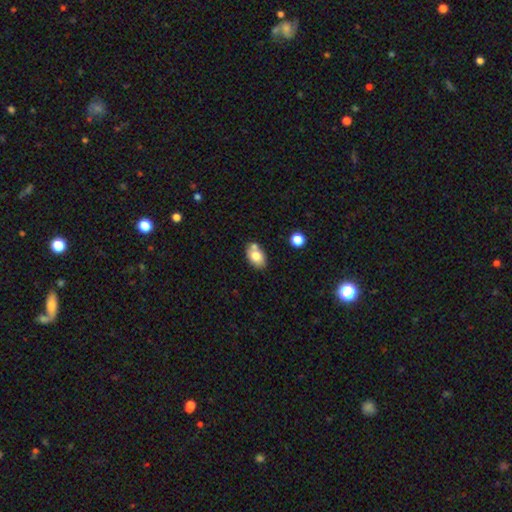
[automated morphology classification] The model was most divided on "merging": none: 61%, merger: 21%, minor disturbance: 15%, major disturbance: 4%. More confident: how rounded — in between (85%); smooth or featured — smooth (77%).